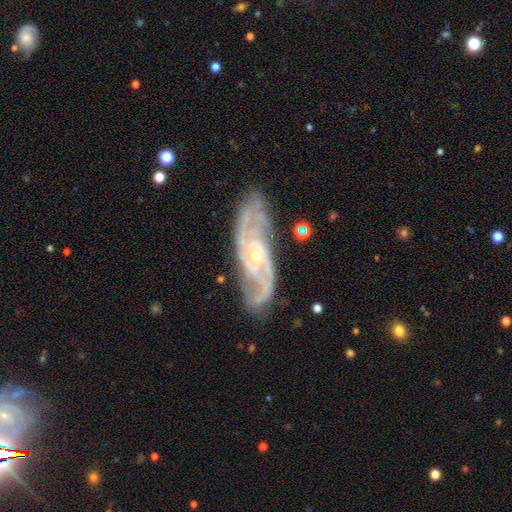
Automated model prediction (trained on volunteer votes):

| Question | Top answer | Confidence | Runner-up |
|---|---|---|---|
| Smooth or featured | featured or disk | 90% | star or artifact (5%) |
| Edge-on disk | no | 92% | yes (8%) |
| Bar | no | 60% | weak (30%) |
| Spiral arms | yes | 98% | no (2%) |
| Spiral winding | tight | 54% | medium (38%) |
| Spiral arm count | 2 | 44% | 3 (23%) |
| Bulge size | small | 77% | moderate (19%) |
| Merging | none | 75% | minor disturbance (17%) |